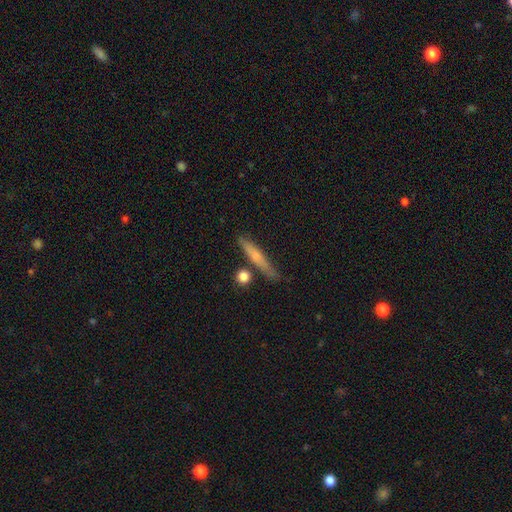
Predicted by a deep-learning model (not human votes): Smooth or featured? Predicted: smooth (p=0.60). How rounded? Predicted: cigar-shaped (p=0.90). Merging? Predicted: none (p=0.76).